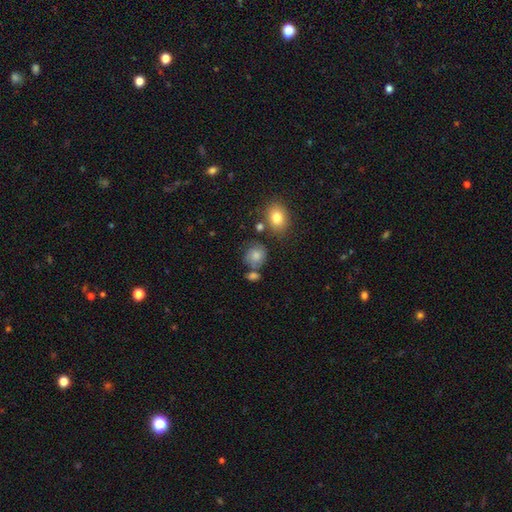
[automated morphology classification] smooth-or-featured: smooth: 70% | featured or disk: 19% | star or artifact: 11%
  how-rounded: round: 78% | in between: 21% | cigar-shaped: 1%
  merging: none: 62% | minor disturbance: 18% | merger: 13% | major disturbance: 7%